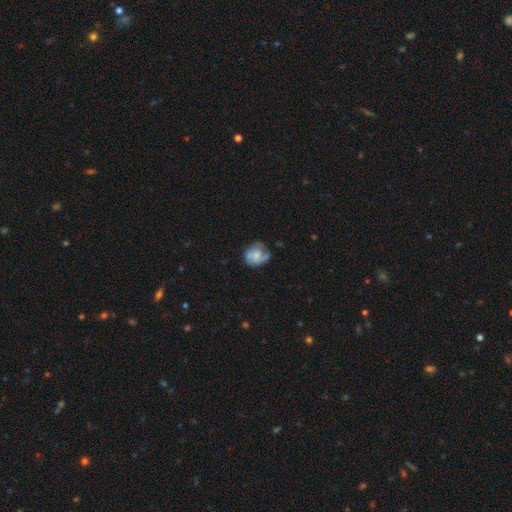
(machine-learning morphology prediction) Smooth or featured? Predicted: featured or disk (p=0.52). Edge-on disk? Predicted: no (p=0.98). Bar? Predicted: no (p=0.74). Spiral arms? Predicted: yes (p=0.71). Bulge size? Predicted: small (p=0.42). Merging? Predicted: none (p=0.54).